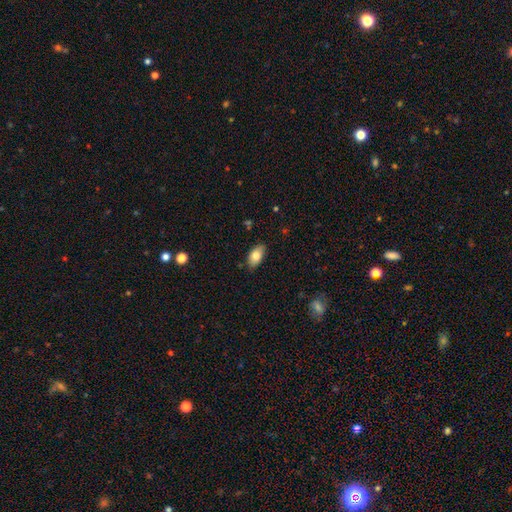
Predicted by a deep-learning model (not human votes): smooth_or_featured: smooth (p=0.81) [alt: featured or disk p=0.11]
how_rounded: in between (p=0.93) [alt: round p=0.04]
merging: none (p=0.83) [alt: minor disturbance p=0.14]